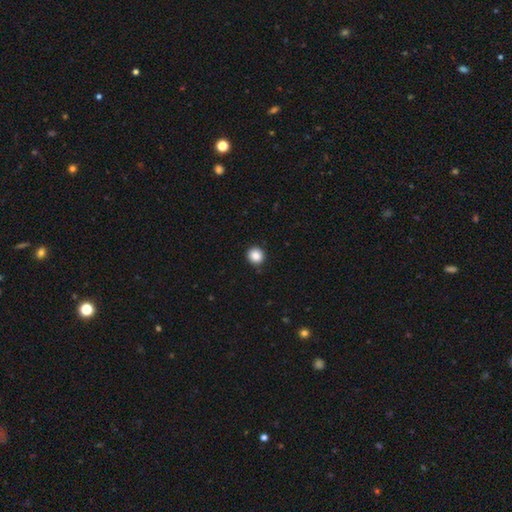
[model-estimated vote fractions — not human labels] smooth-or-featured: smooth: 87% | star or artifact: 10% | featured or disk: 3%
  how-rounded: round: 92% | in between: 7% | cigar-shaped: 1%
  merging: none: 91% | minor disturbance: 6% | major disturbance: 2% | merger: 1%